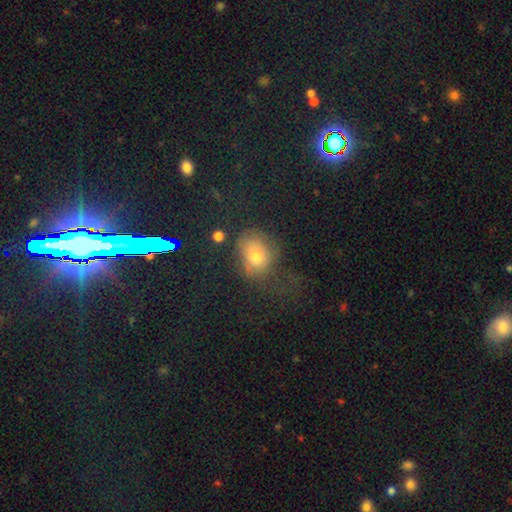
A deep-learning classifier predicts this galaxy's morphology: A smooth galaxy with no disk features (70%) that is in between round and cigar-shaped (51%).

Vote fractions:
- Smooth or featured? smooth: 70% / star or artifact: 17% / featured or disk: 14%
- How rounded? in between: 51% / round: 47% / cigar-shaped: 2%
- Merging? none: 48% / major disturbance: 24% / minor disturbance: 24% / merger: 4%